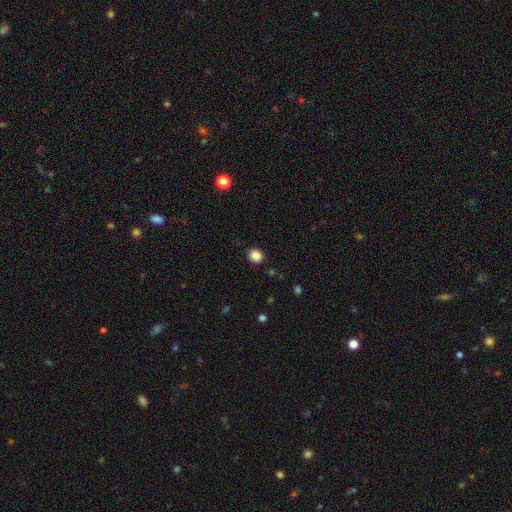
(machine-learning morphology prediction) smooth 87%, star or artifact 10%, featured or disk 3%. Down the decision tree: how rounded — round (83%); merging — none (89%).